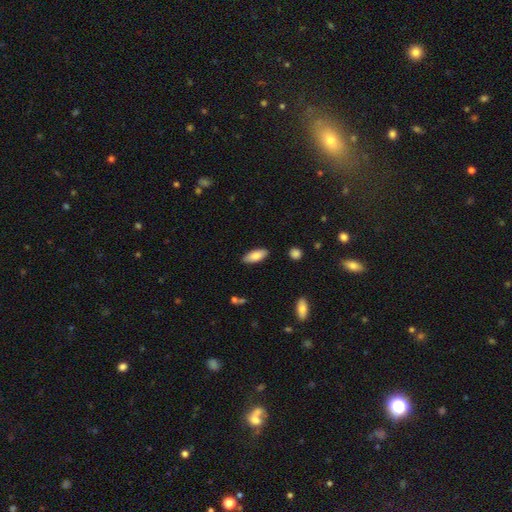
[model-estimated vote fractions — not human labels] This is clearly a smooth galaxy (81%). How rounded: likely in between (79%). Merging: clearly none (87%).